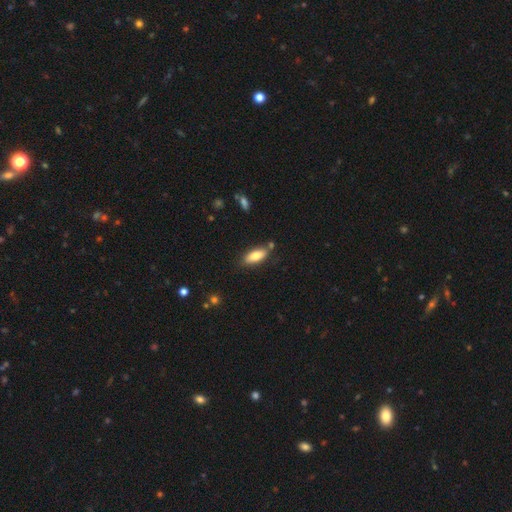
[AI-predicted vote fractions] A smooth galaxy with no disk features (78%) that is in between round and cigar-shaped (78%).

Vote fractions:
- Smooth or featured? smooth: 78% / featured or disk: 15% / star or artifact: 7%
- How rounded? in between: 78% / cigar-shaped: 20% / round: 2%
- Merging? none: 76% / minor disturbance: 15% / merger: 6% / major disturbance: 3%